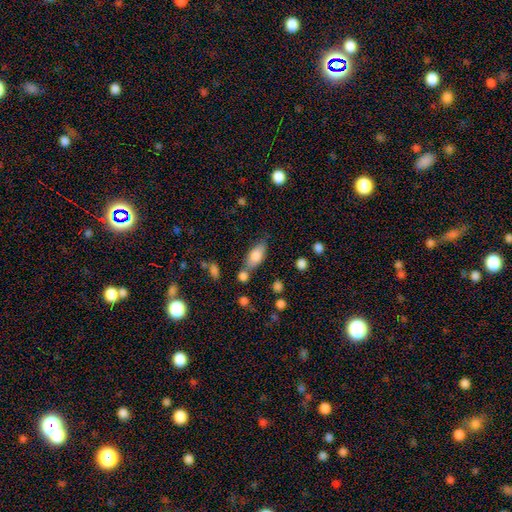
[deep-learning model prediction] A smooth galaxy with no disk features (79%) that is in between round and cigar-shaped (83%). Merging: none (62%).